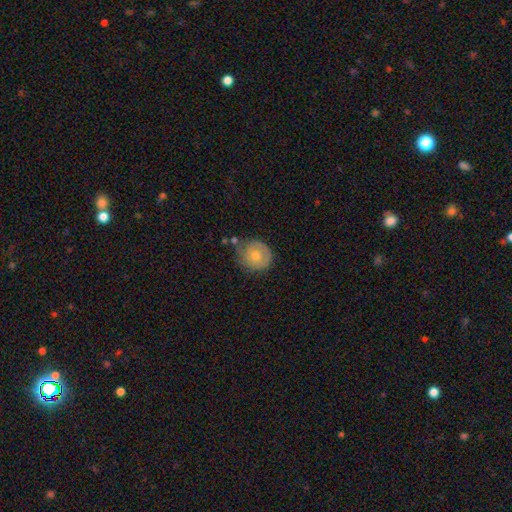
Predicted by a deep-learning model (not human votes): A smooth galaxy with no disk features (63%) that is round (86%). Merging: none (60%).